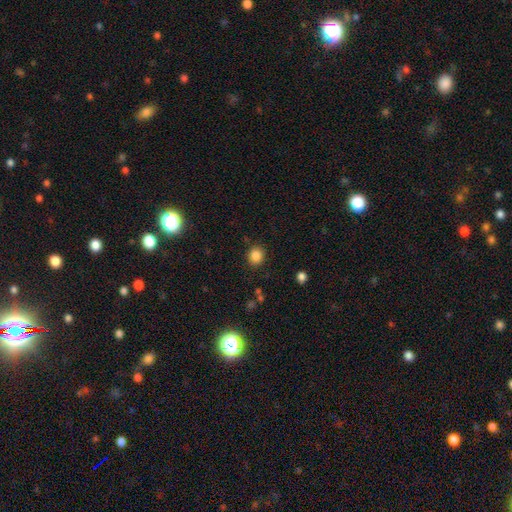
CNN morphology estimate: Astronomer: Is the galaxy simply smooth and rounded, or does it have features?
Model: smooth — 85%.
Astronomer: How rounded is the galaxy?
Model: round — 82%.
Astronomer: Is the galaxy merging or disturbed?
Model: none — 87%.